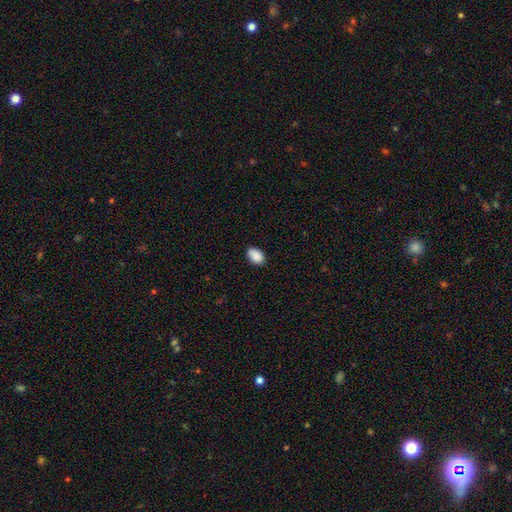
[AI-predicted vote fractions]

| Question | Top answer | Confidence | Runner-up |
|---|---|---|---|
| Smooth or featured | smooth | 90% | star or artifact (7%) |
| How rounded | in between | 87% | round (12%) |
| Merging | none | 85% | minor disturbance (12%) |